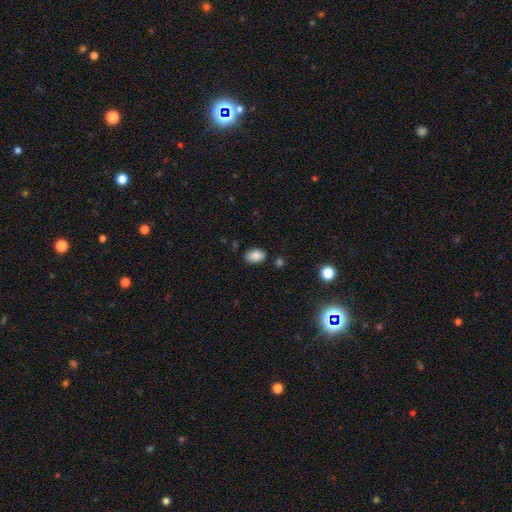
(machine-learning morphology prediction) Smooth or featured: smooth — 87% (star or artifact — 8%)
How rounded: in between — 87% (round — 12%)
Merging: none — 82% (minor disturbance — 12%)